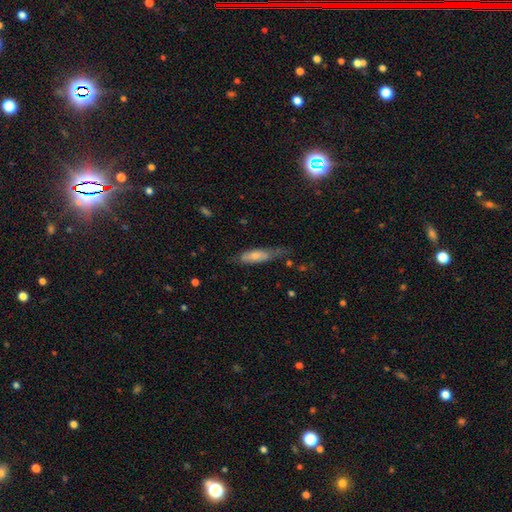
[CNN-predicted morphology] Q: Smooth or featured?
A: smooth (68%); runner-up: featured or disk (25%)
Q: How rounded?
A: cigar-shaped (56%); runner-up: in between (42%)
Q: Merging?
A: none (41%); runner-up: minor disturbance (36%)